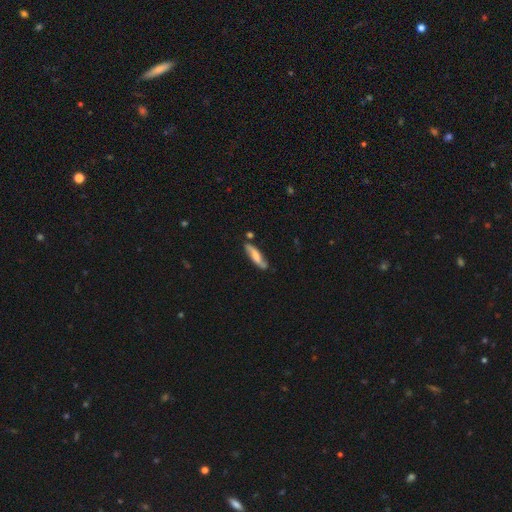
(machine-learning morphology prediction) The model was most divided on "smooth or featured": smooth: 53%, featured or disk: 41%, star or artifact: 6%. More confident: merging — none (71%); how rounded — cigar-shaped (63%).